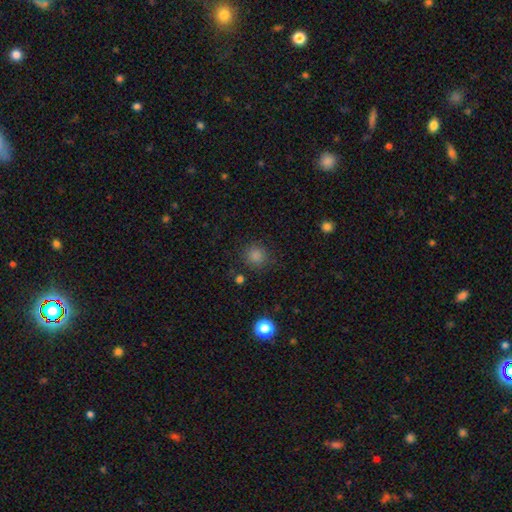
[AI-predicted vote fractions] Smooth or featured: smooth — 83% (star or artifact — 13%)
How rounded: round — 89% (in between — 10%)
Merging: none — 82% (minor disturbance — 11%)